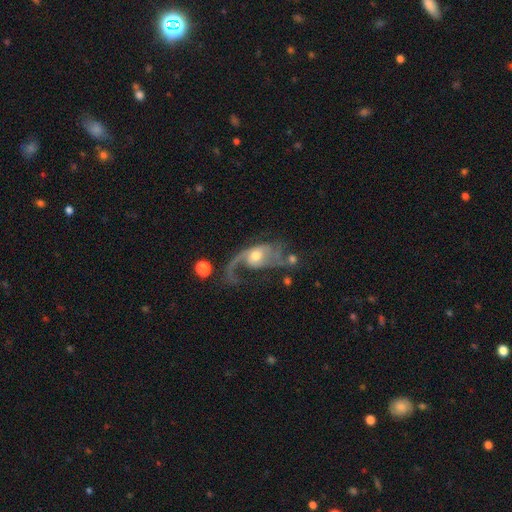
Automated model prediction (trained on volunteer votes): Smooth or featured? featured or disk (83%)
Edge-on disk? no (96%)
Bar? no (63%)
Spiral arms? yes (92%)
Spiral winding? loose (64%)
Spiral arm count? 2 (55%)
Bulge size? moderate (64%)
Merging? major disturbance (37%, tied with none)